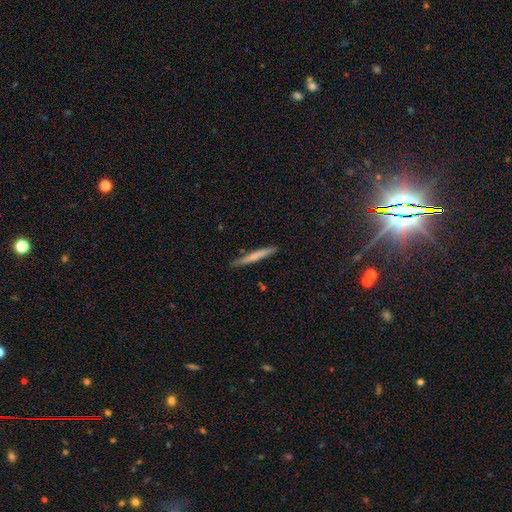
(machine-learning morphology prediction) Smooth or featured? Predicted: smooth (p=0.63). How rounded? Predicted: cigar-shaped (p=0.96). Merging? Predicted: none (p=0.85).